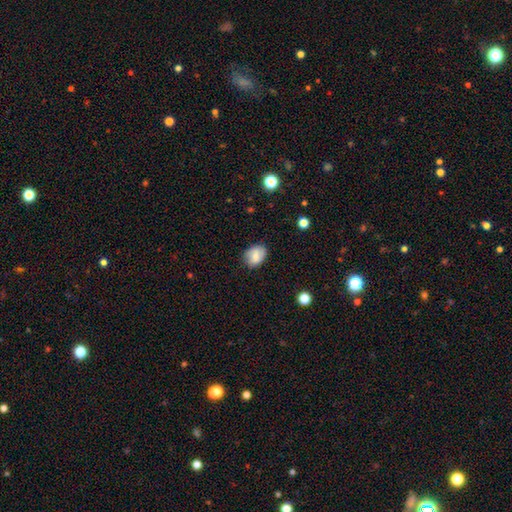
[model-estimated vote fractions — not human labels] The model was most divided on "how rounded": in between: 65%, round: 34%, cigar-shaped: 1%. More confident: merging — none (78%); smooth or featured — smooth (74%).